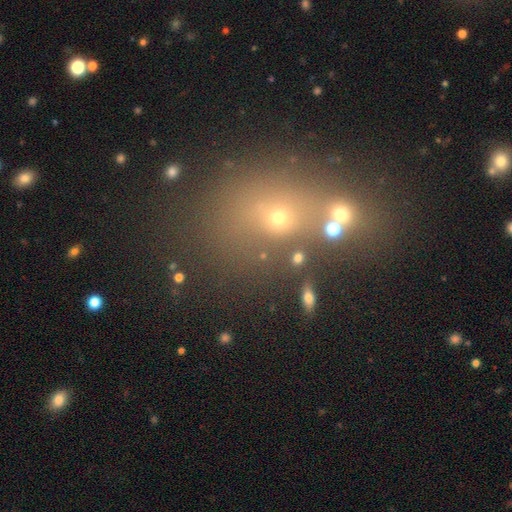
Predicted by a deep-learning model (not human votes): A smooth galaxy with no disk features (48%).

Vote fractions:
- Smooth or featured? smooth: 48% / star or artifact: 34% / featured or disk: 18%
- Merging? none: 59% / merger: 22% / minor disturbance: 12% / major disturbance: 7%